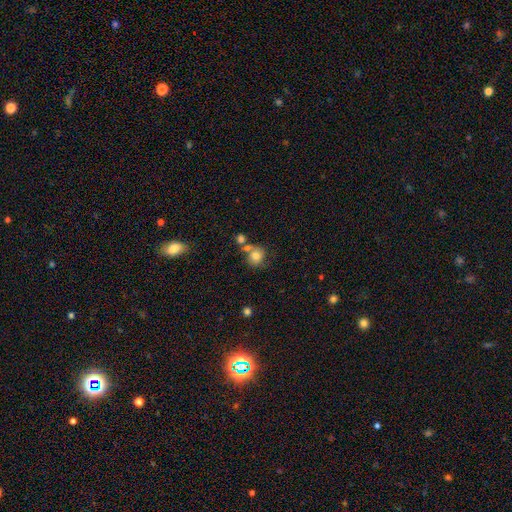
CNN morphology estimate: The model was most divided on "merging": none: 50%, merger: 28%, minor disturbance: 15%, major disturbance: 7%. More confident: how rounded — round (83%); smooth or featured — smooth (75%).